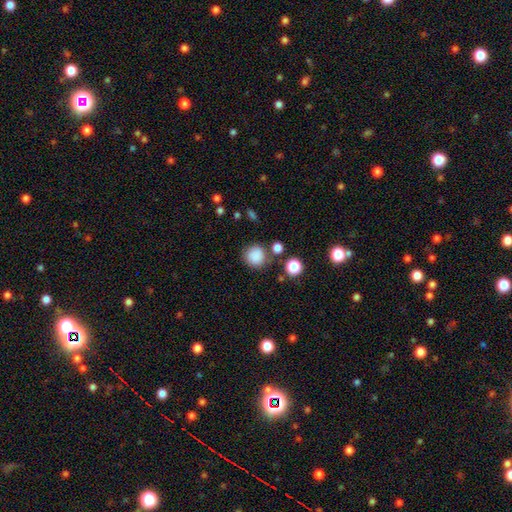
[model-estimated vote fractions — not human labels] Morphology: type=smooth (85%); roundness=round (91%); merging=none (76%).